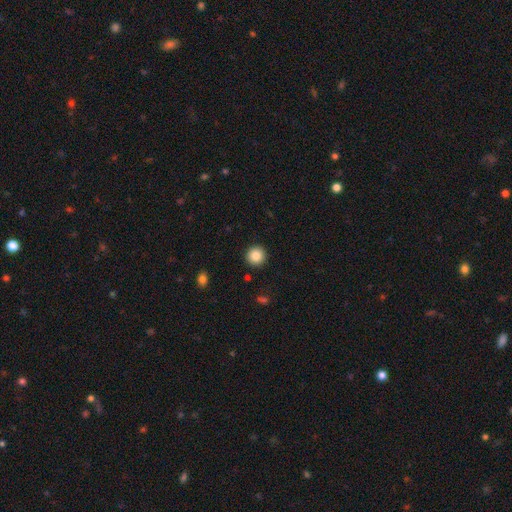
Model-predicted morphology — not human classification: smooth-or-featured: smooth: 85% | star or artifact: 9% | featured or disk: 5%
  how-rounded: round: 96% | in between: 3% | cigar-shaped: 1%
  merging: none: 93% | minor disturbance: 5% | major disturbance: 2% | merger: 1%